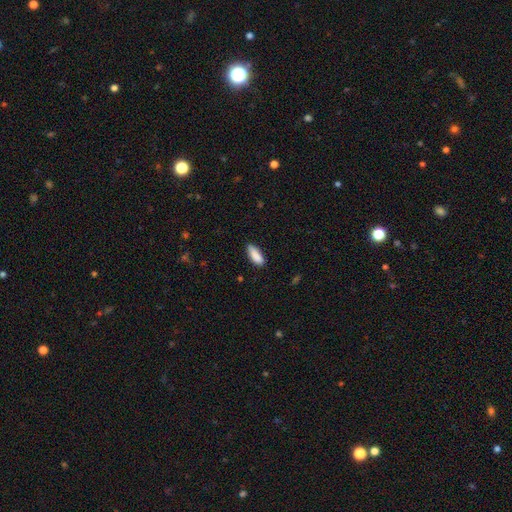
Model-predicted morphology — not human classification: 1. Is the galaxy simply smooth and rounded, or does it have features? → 89% smooth, 6% star or artifact, 5% featured or disk.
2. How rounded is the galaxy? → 64% in between, 35% cigar-shaped, 2% round.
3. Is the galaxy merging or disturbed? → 81% none, 15% minor disturbance, 2% major disturbance, 1% merger.